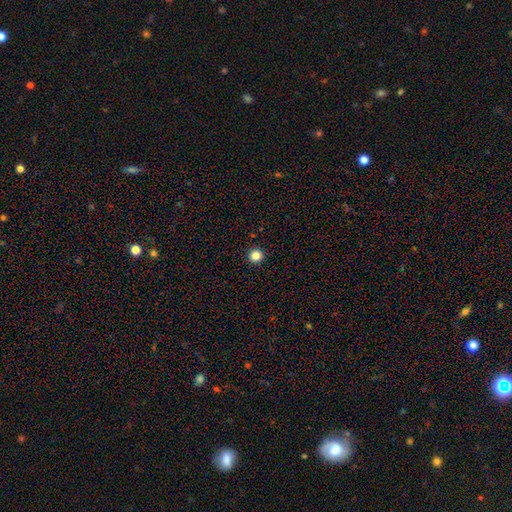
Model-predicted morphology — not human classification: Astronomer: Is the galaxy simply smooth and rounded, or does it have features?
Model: smooth — 84%.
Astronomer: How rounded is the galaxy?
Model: round — 96%.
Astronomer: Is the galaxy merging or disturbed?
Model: none — 94%.